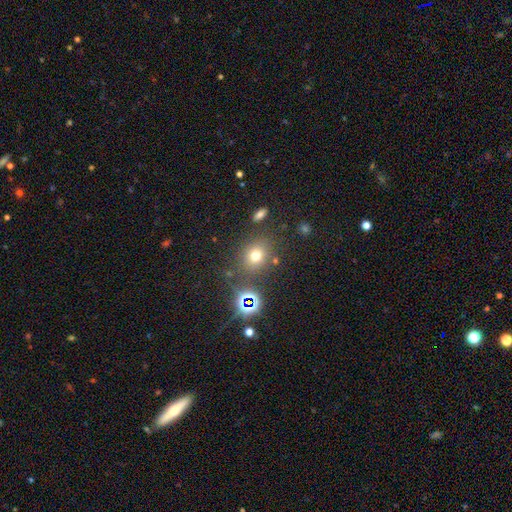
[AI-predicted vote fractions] This is likely a smooth galaxy (65%). How rounded: likely round (69%). Merging: likely none (78%).